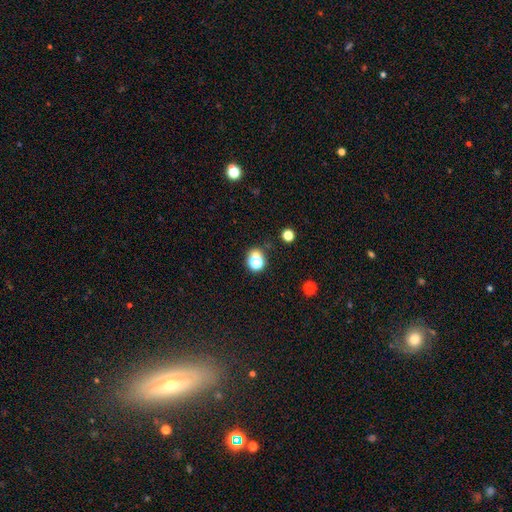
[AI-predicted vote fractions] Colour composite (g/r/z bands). It shows a smooth galaxy with no disk features (62%) that is round (71%). Merging: none (62%).